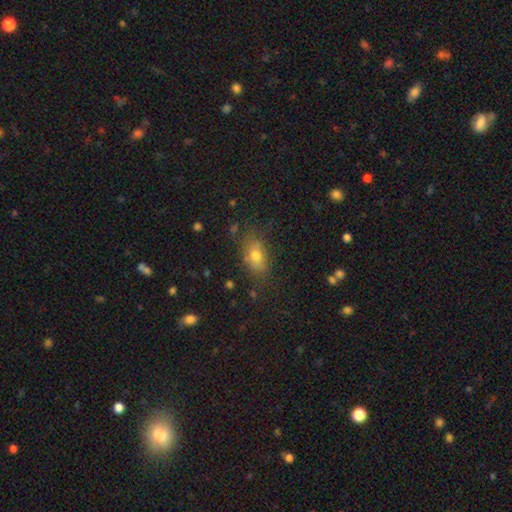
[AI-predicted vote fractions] This appears to be a smooth galaxy with no disk features (70%) that is in between round and cigar-shaped (78%). Merging: none (71%).